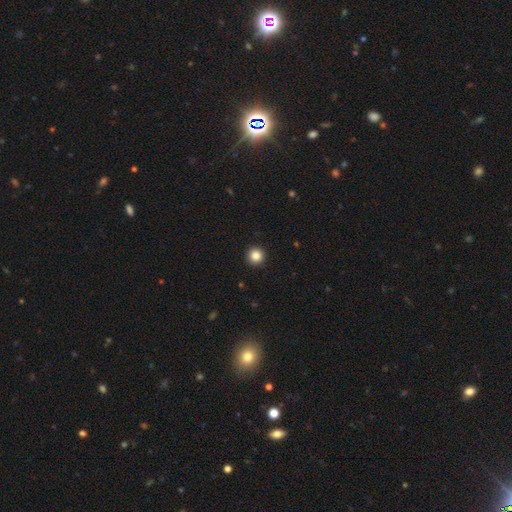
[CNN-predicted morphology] A smooth galaxy with no disk features (86%) that is round (96%).

Vote fractions:
- Smooth or featured? smooth: 86% / star or artifact: 11% / featured or disk: 4%
- How rounded? round: 96% / in between: 3% / cigar-shaped: 1%
- Merging? none: 94% / minor disturbance: 4% / major disturbance: 1% / merger: 1%